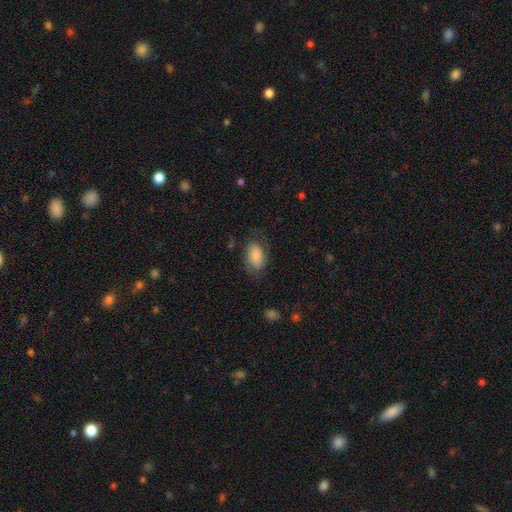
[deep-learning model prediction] smooth-or-featured: smooth: 78% | featured or disk: 15% | star or artifact: 7%
  how-rounded: in between: 91% | round: 7% | cigar-shaped: 2%
  merging: none: 66% | minor disturbance: 21% | major disturbance: 11% | merger: 1%